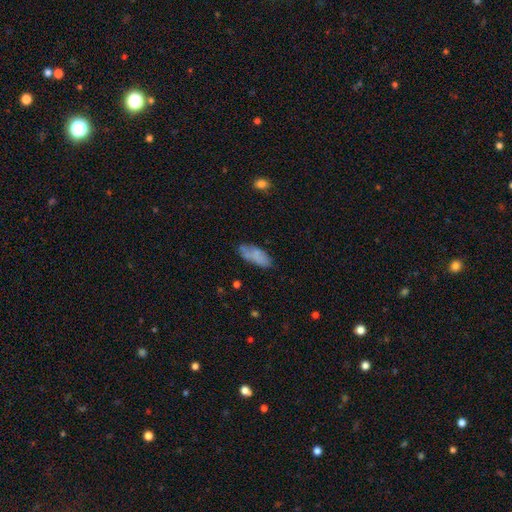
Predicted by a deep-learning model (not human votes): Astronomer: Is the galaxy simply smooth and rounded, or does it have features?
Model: smooth — 73%.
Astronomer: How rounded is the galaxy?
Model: in between — 77%.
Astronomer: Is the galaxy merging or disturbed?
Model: none — 61%.